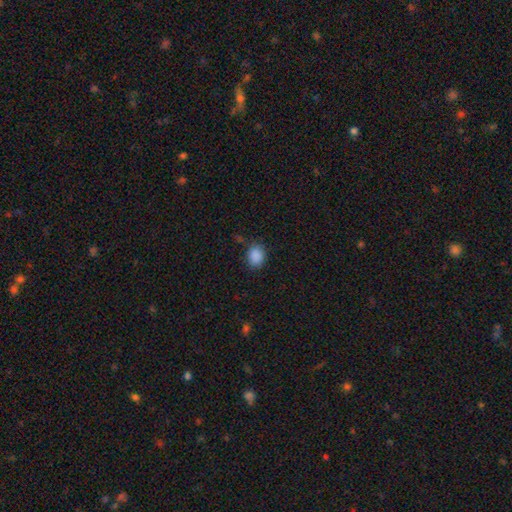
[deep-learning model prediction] Overall: smooth (88%). How rounded: in between (51%; round 48%). Merging: none (78%).